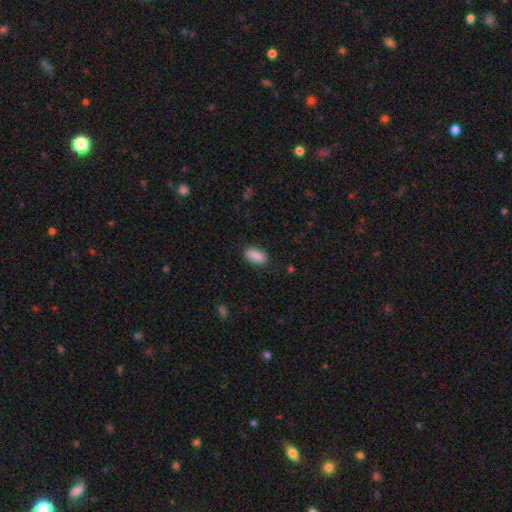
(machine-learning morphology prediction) This is clearly a smooth galaxy (88%). How rounded: clearly in between (83%). Merging: clearly none (87%).